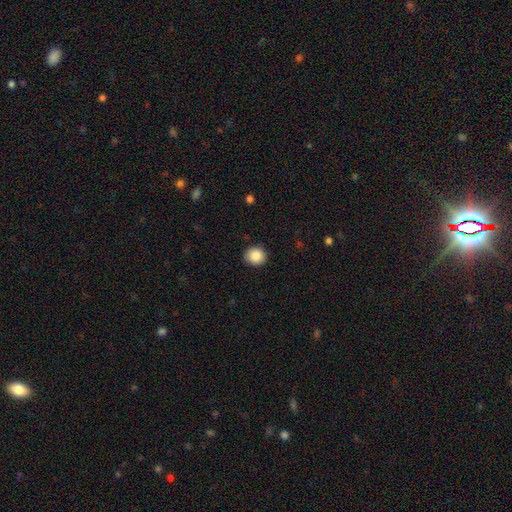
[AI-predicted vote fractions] The model was most divided on "how rounded": round: 86%, in between: 13%, cigar-shaped: 1%. More confident: merging — none (90%); smooth or featured — smooth (87%).